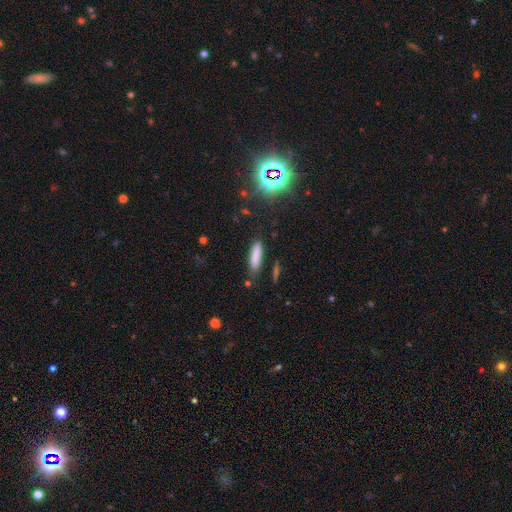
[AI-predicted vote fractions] The model was most divided on "how rounded": cigar-shaped: 74%, in between: 25%, round: 2%. More confident: smooth or featured — smooth (83%); merging — none (81%).